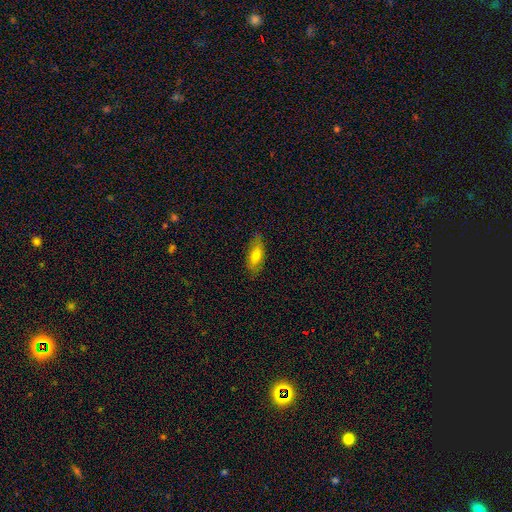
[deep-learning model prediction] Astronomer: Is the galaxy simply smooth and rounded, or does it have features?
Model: smooth — 70%.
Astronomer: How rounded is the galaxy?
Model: in between — 74%.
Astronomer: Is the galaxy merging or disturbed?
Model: none — 81%.